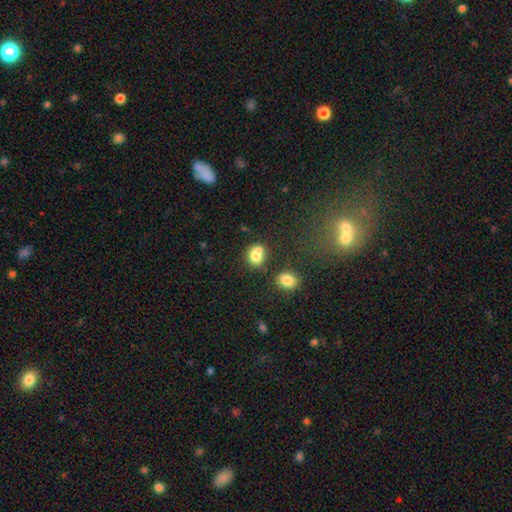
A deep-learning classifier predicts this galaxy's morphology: smooth 77%, featured or disk 12%, star or artifact 11%. Down the decision tree: how rounded — round (59%); merging — merger (43%).